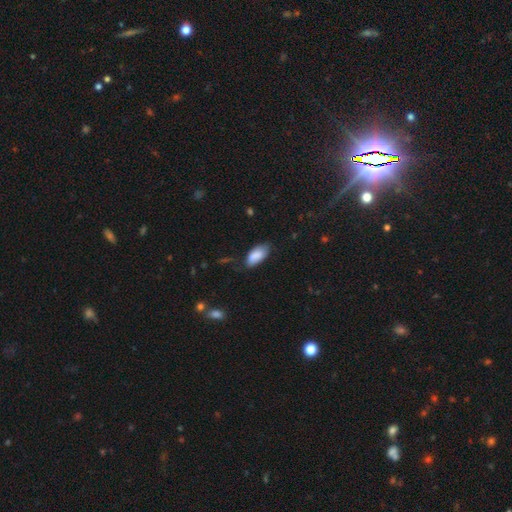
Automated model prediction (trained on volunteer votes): smooth 86%, featured or disk 8%, star or artifact 6%. Down the decision tree: how rounded — in between (91%); merging — none (66%).